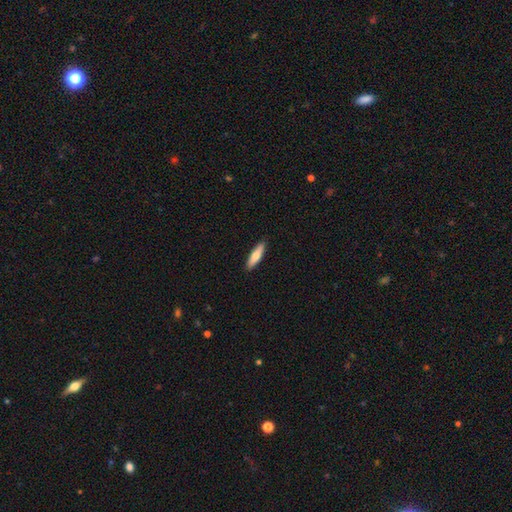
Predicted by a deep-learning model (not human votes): Overall: smooth (67%; featured or disk 28%). How rounded: cigar-shaped (70%). Merging: none (91%).